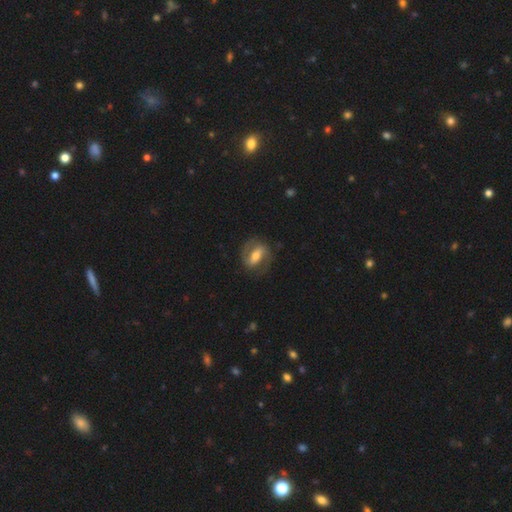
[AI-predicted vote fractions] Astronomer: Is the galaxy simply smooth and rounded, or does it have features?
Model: featured or disk — 73%.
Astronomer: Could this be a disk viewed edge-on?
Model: no — 95%.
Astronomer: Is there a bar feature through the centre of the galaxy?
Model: strong — 50% (runner-up: weak, 33%).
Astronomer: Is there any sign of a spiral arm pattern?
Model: yes — 87%.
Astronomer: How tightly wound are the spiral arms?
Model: medium — 48% (runner-up: tight, 31%).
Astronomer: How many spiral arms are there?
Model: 2 — 88%.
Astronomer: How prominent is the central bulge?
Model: moderate — 58%.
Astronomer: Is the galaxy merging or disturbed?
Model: none — 77%.